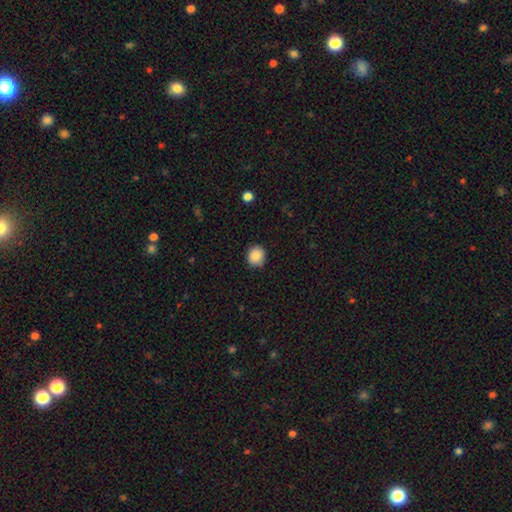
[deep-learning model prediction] This is clearly a smooth galaxy (88%). How rounded: clearly round (85%). Merging: clearly none (88%).